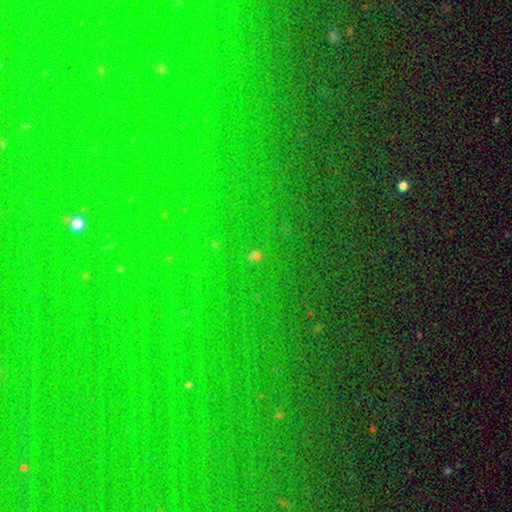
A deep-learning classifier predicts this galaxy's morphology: Smooth or featured?
  - star or artifact: 70% *
  - smooth: 21%
  - featured or disk: 8%